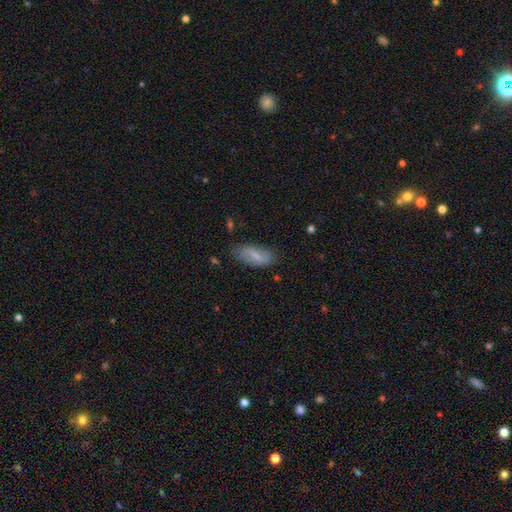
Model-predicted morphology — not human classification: This is likely a smooth galaxy (64%). How rounded: clearly in between (81%). Merging: likely none (75%).